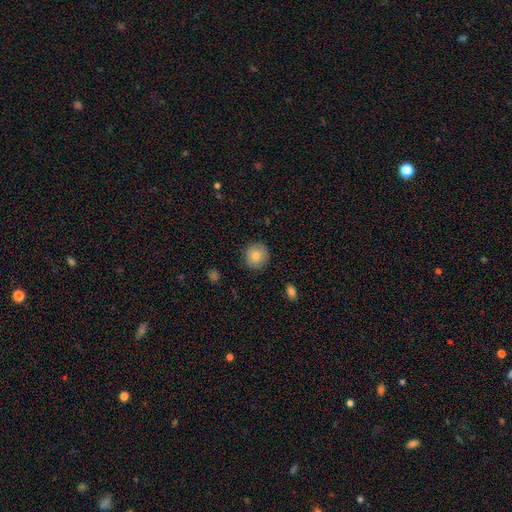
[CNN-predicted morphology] type=smooth (81%); roundness=round (91%); merging=none (87%).